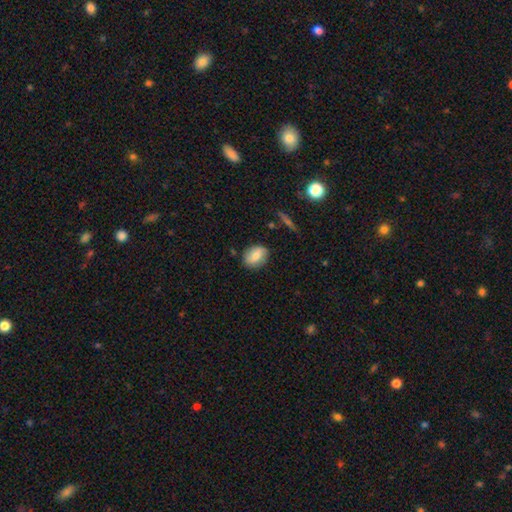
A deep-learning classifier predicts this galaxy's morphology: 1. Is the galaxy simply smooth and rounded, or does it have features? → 71% smooth, 21% featured or disk, 8% star or artifact.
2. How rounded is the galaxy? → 67% in between, 32% round, 2% cigar-shaped.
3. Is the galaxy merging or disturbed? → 80% none, 15% minor disturbance, 3% major disturbance, 2% merger.